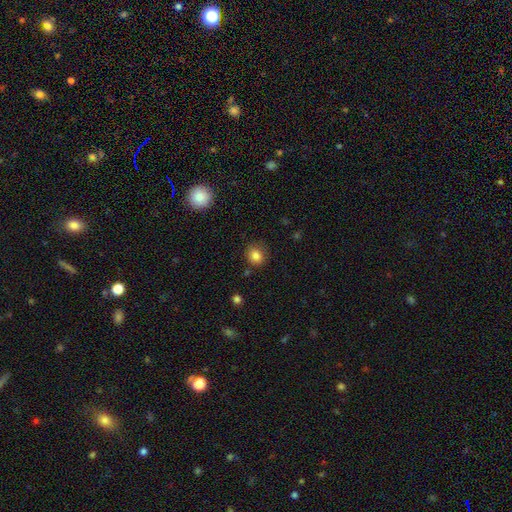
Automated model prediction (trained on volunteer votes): Q: Smooth or featured?
A: smooth (83%); runner-up: star or artifact (11%)
Q: How rounded?
A: round (79%); runner-up: in between (20%)
Q: Merging?
A: none (81%); runner-up: minor disturbance (13%)